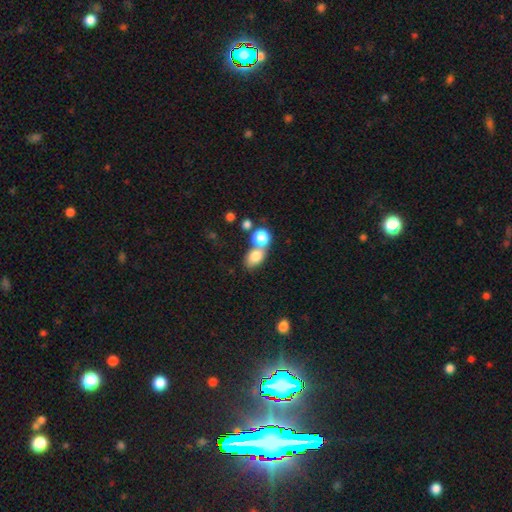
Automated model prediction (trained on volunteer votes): Smooth or featured? smooth (78%)
How rounded? in between (65%)
Merging? merger (48%)